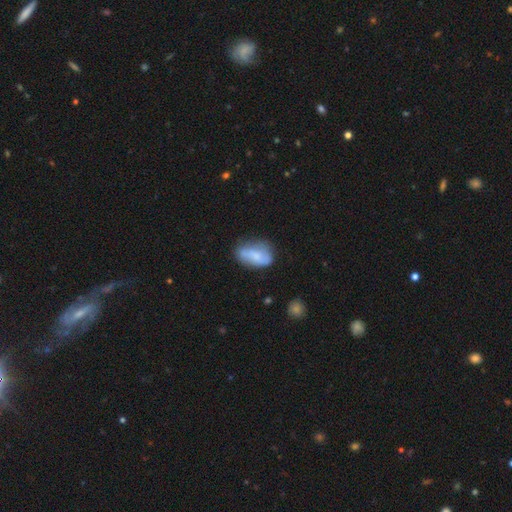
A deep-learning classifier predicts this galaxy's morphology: Smooth or featured?
  - smooth: 59% *
  - featured or disk: 34%
  - star or artifact: 7%
How rounded?
  - in between: 88% *
  - round: 7%
  - cigar-shaped: 6%
Merging?
  - none: 53% *
  - minor disturbance: 30%
  - major disturbance: 11%
  - merger: 6%